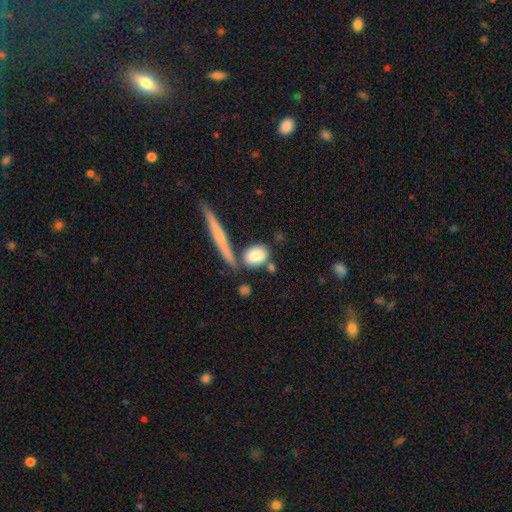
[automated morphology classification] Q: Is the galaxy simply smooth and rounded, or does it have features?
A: smooth — 79%.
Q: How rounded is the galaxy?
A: in between — 66%.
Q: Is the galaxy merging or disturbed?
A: none — 65%.